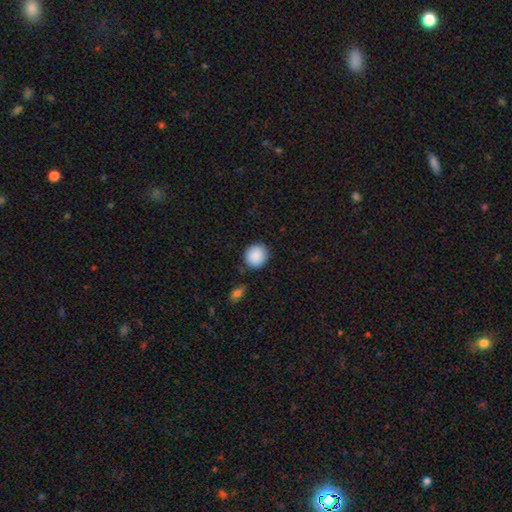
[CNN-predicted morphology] This is clearly a smooth galaxy (89%). How rounded: clearly round (89%). Merging: clearly none (87%).